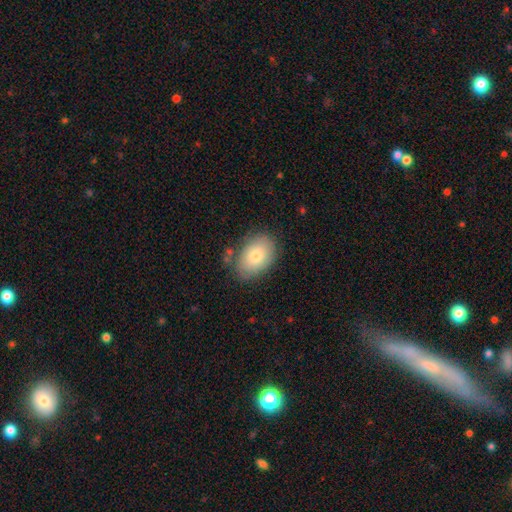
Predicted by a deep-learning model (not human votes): Smooth or featured? smooth (79%)
How rounded? in between (85%)
Merging? none (79%)